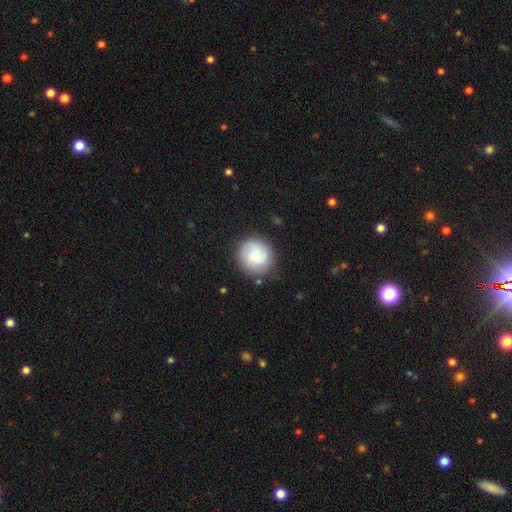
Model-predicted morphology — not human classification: A smooth galaxy with no disk features (75%) that is round (90%). Merging: none (82%).